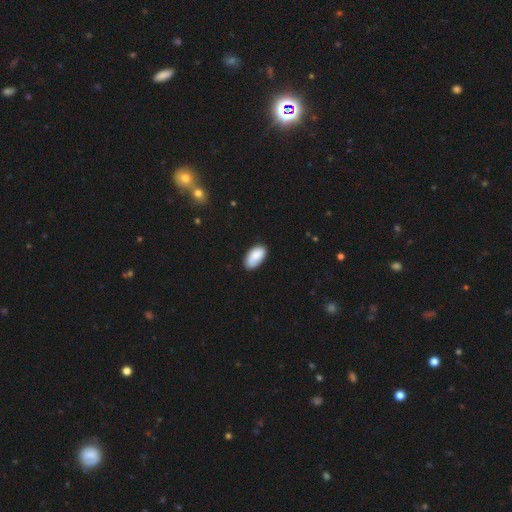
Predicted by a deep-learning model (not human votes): The model was most divided on "merging": none: 75%, minor disturbance: 19%, major disturbance: 3%, merger: 2%. More confident: how rounded — in between (95%); smooth or featured — smooth (87%).